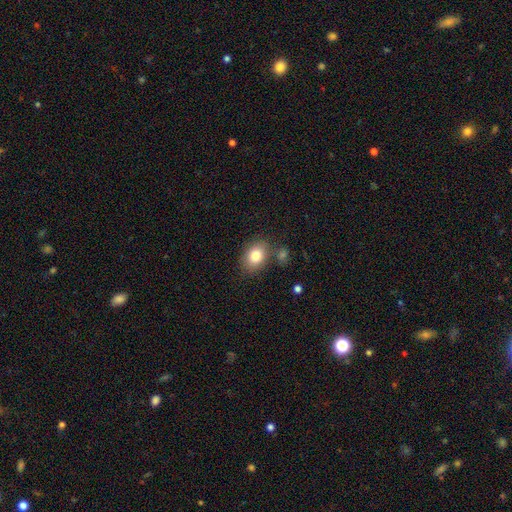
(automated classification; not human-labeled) Overall: smooth (81%). How rounded: in between (72%). Merging: none (73%).